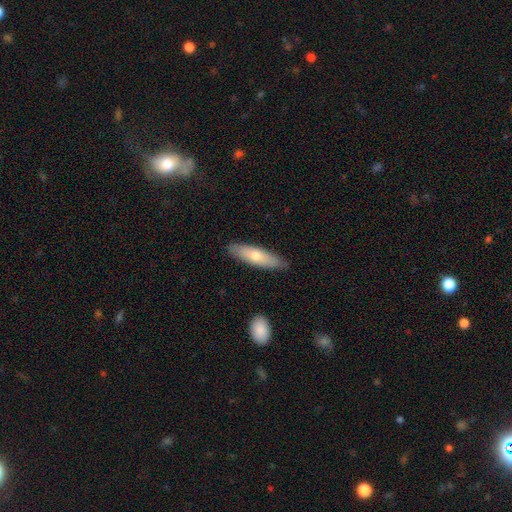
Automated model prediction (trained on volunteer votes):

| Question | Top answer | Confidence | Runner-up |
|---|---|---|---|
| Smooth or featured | smooth | 64% | featured or disk (30%) |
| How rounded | cigar-shaped | 62% | in between (36%) |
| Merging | none | 85% | minor disturbance (12%) |